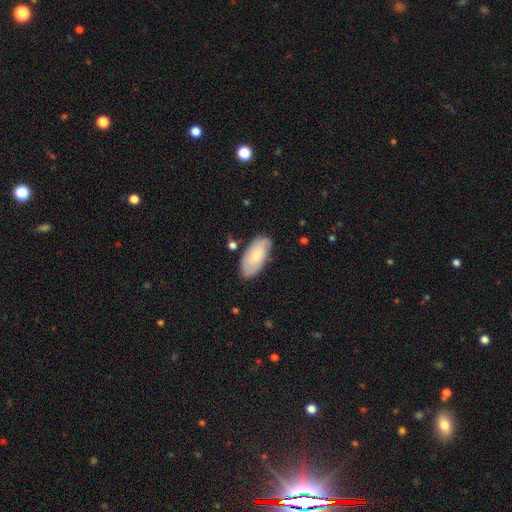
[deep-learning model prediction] Smooth or featured?
  - smooth: 65% *
  - featured or disk: 29%
  - star or artifact: 6%
How rounded?
  - in between: 93% *
  - cigar-shaped: 5%
  - round: 2%
Merging?
  - none: 75% *
  - minor disturbance: 18%
  - major disturbance: 4%
  - merger: 3%